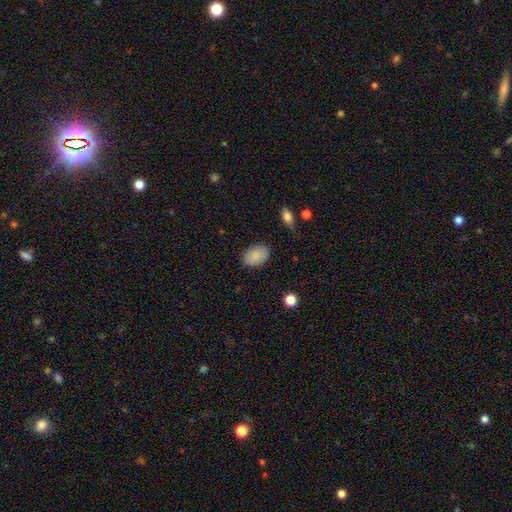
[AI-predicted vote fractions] Smooth or featured: smooth — 88% (star or artifact — 7%)
How rounded: in between — 88% (round — 10%)
Merging: none — 85% (minor disturbance — 11%)